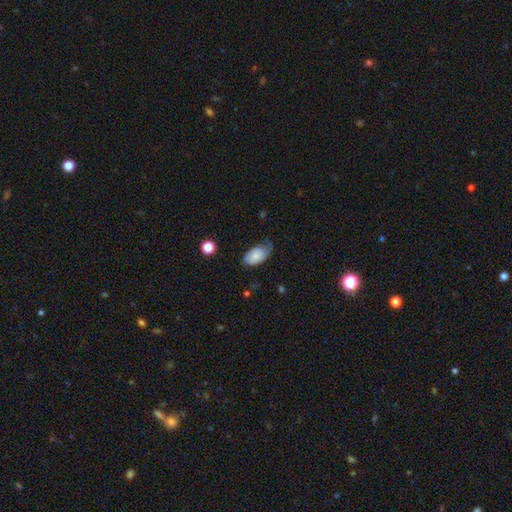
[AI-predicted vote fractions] Morphology: type=smooth (74%); roundness=in between (93%); merging=none (47%).